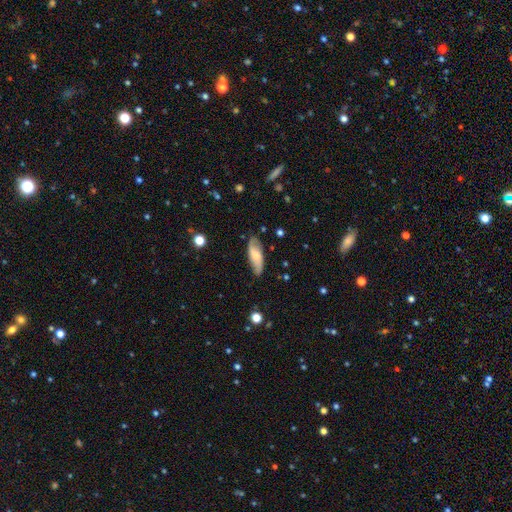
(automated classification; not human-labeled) Q: Smooth or featured?
A: smooth (49%); runner-up: featured or disk (44%)
Q: Merging?
A: none (80%); runner-up: minor disturbance (16%)